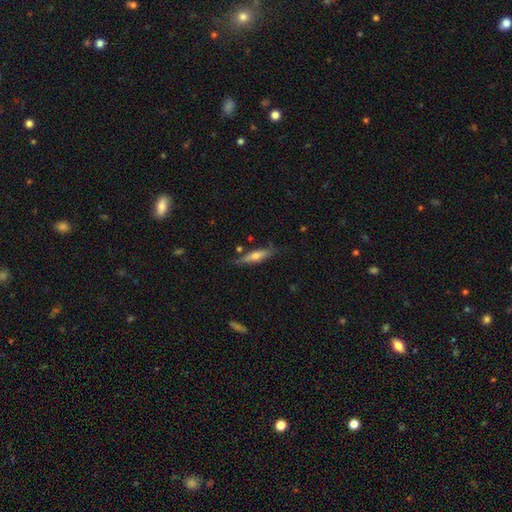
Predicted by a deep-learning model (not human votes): Smooth or featured?
  - featured or disk: 48% *
  - smooth: 46%
  - star or artifact: 7%
Merging?
  - none: 78% *
  - minor disturbance: 15%
  - major disturbance: 3%
  - merger: 3%